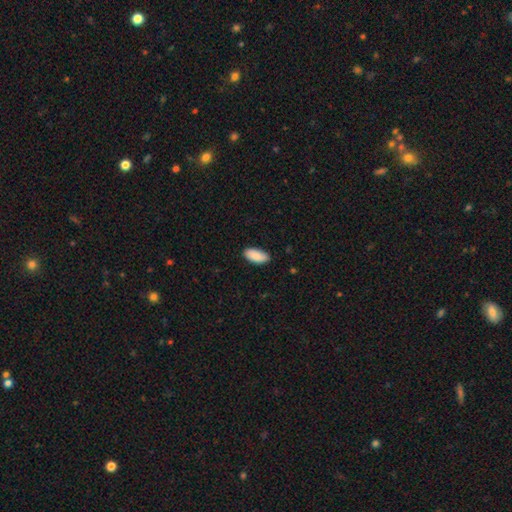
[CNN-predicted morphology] smooth_or_featured: smooth (p=0.89) [alt: star or artifact p=0.06]
how_rounded: in between (p=0.92) [alt: cigar-shaped p=0.06]
merging: none (p=0.85) [alt: minor disturbance p=0.12]